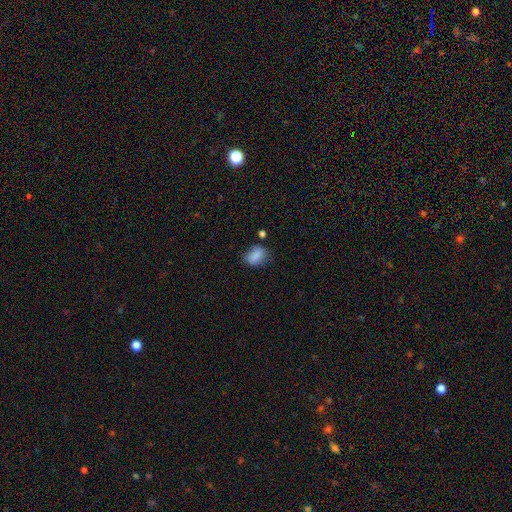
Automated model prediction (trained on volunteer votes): Smooth or featured? Predicted: smooth (p=0.85). How rounded? Predicted: in between (p=0.73). Merging? Predicted: none (p=0.64).